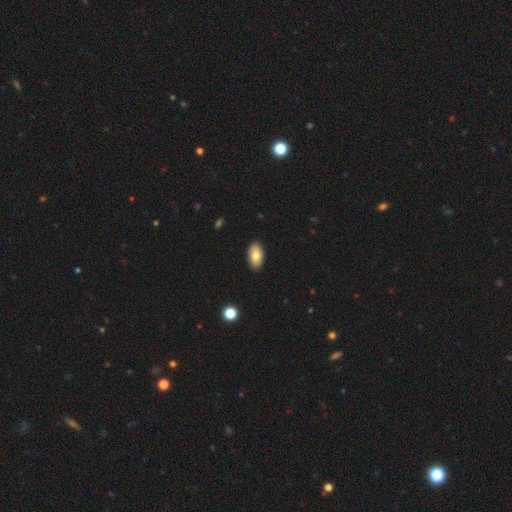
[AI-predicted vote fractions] Smooth or featured: smooth — 75% (featured or disk — 19%)
How rounded: in between — 94% (round — 4%)
Merging: none — 88% (minor disturbance — 9%)